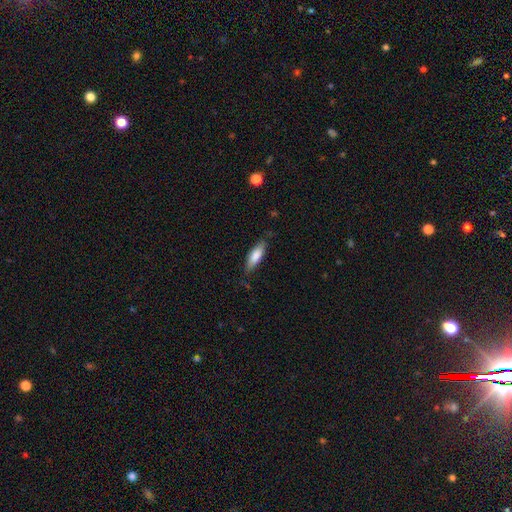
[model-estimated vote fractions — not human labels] smooth_or_featured: smooth (p=0.80) [alt: featured or disk p=0.14]
how_rounded: in between (p=0.52) [alt: cigar-shaped p=0.46]
merging: none (p=0.77) [alt: minor disturbance p=0.18]